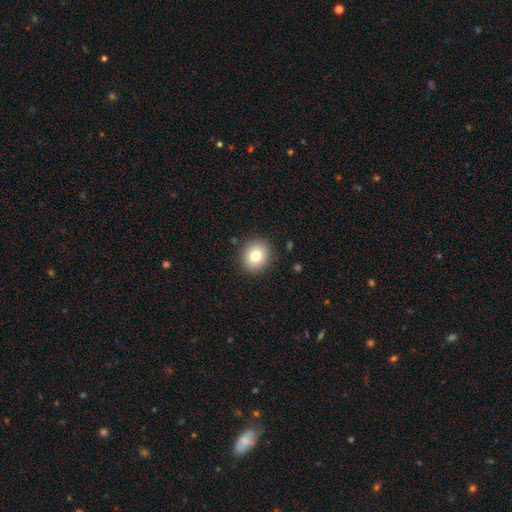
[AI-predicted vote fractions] smooth 78%, featured or disk 11%, star or artifact 10%. Down the decision tree: how rounded — round (78%); merging — none (89%).